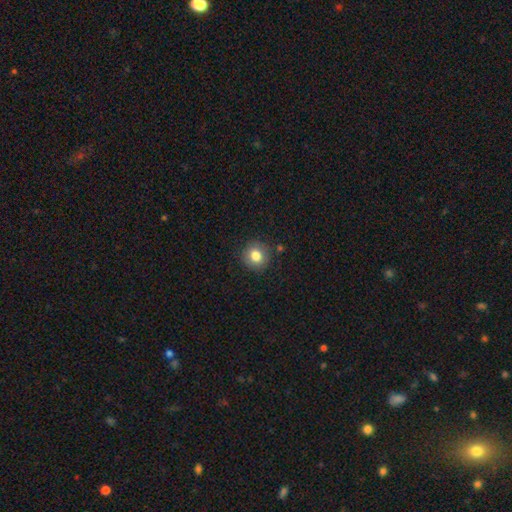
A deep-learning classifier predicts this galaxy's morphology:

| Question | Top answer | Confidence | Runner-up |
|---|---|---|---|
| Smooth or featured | smooth | 81% | star or artifact (10%) |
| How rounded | round | 90% | in between (9%) |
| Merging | none | 88% | minor disturbance (8%) |